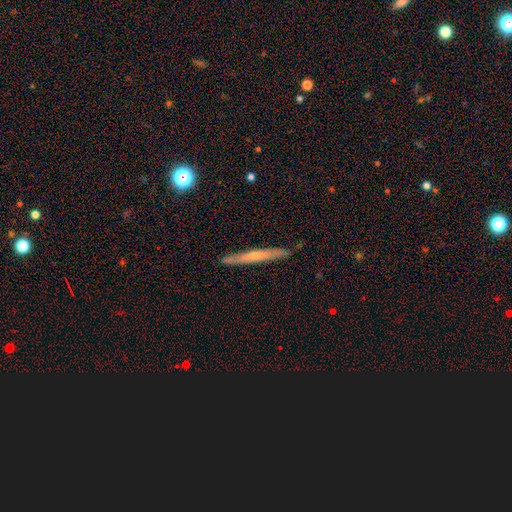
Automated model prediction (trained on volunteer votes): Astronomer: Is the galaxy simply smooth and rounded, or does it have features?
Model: featured or disk — 54% (runner-up: smooth, 40%).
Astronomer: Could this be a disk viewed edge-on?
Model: yes — 95%.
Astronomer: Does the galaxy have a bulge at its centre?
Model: none — 49% (runner-up: rounded, 46%).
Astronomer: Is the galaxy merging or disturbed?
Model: none — 89%.